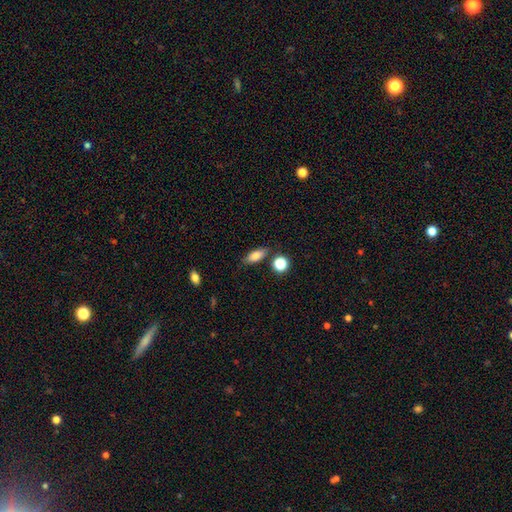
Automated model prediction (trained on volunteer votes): smooth_or_featured: smooth (p=0.82) [alt: star or artifact p=0.09]
how_rounded: in between (p=0.75) [alt: cigar-shaped p=0.17]
merging: none (p=0.78) [alt: minor disturbance p=0.13]